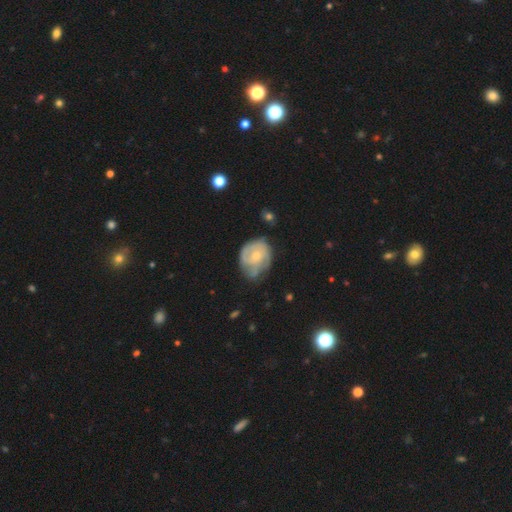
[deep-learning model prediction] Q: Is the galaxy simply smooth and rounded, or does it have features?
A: featured or disk — 64%.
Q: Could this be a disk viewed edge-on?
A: no — 97%.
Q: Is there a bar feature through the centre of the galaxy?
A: no — 73%.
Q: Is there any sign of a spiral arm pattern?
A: yes — 76%.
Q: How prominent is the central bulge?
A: small — 48%.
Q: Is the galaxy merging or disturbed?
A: none — 53%.